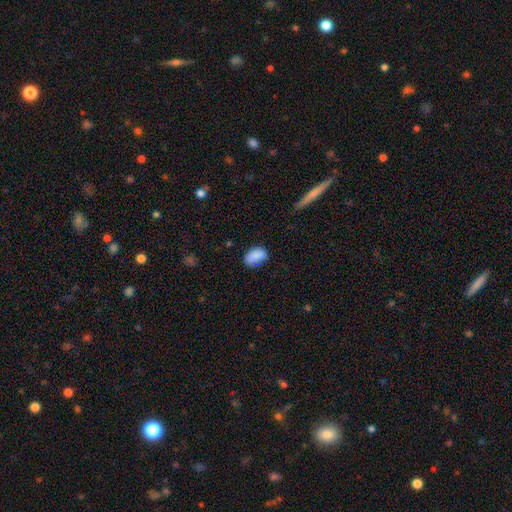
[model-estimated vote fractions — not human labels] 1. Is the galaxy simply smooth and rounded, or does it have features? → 85% smooth, 8% star or artifact, 7% featured or disk.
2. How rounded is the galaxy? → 87% in between, 11% round, 2% cigar-shaped.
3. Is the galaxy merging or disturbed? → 61% none, 28% minor disturbance, 8% major disturbance, 3% merger.